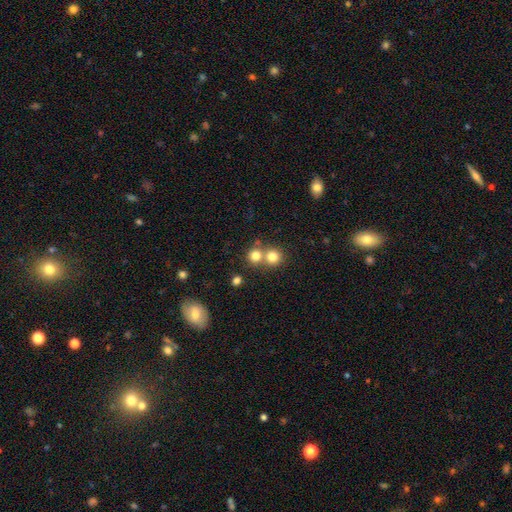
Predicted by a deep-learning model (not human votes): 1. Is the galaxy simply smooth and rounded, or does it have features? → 78% smooth, 13% star or artifact, 9% featured or disk.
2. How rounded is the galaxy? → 87% round, 12% in between, 1% cigar-shaped.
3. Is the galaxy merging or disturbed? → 51% none, 41% merger, 6% minor disturbance, 3% major disturbance.